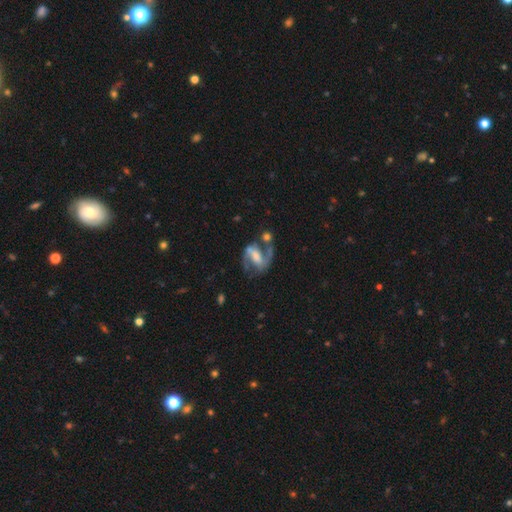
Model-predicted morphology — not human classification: Smooth or featured: featured or disk — 86% (smooth — 8%)
Edge-on disk: no — 97% (yes — 3%)
Bar: strong — 47% (weak — 38%)
Spiral arms: yes — 94% (no — 6%)
Spiral winding: medium — 55% (loose — 30%)
Spiral arm count: 2 — 89% (1 — 4%)
Bulge size: moderate — 40% (small — 32%)
Merging: none — 57% (minor disturbance — 16%)